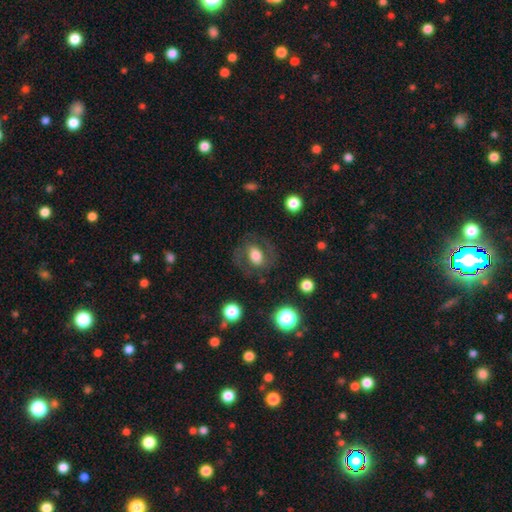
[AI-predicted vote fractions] Smooth or featured: smooth — 51% (featured or disk — 40%)
How rounded: in between — 61% (round — 37%)
Merging: none — 70% (minor disturbance — 15%)